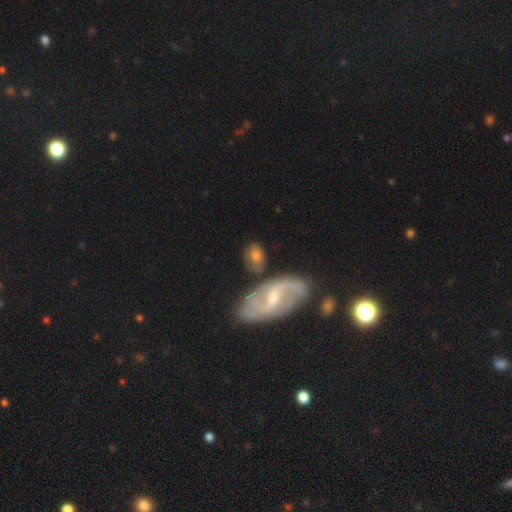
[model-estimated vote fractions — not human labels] This appears to be a smooth galaxy with no disk features (49%). Merging: none (65%).